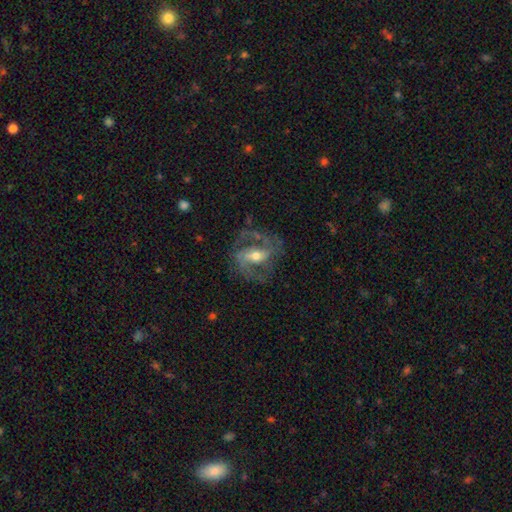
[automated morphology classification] featured or disk 84%, smooth 9%, star or artifact 7%. Down the decision tree: edge-on disk — no (96%); bar — strong (45%); spiral arms — yes (92%); spiral arm count — 2 (81%); spiral winding — medium (54%); bulge size — moderate (58%); merging — none (72%).